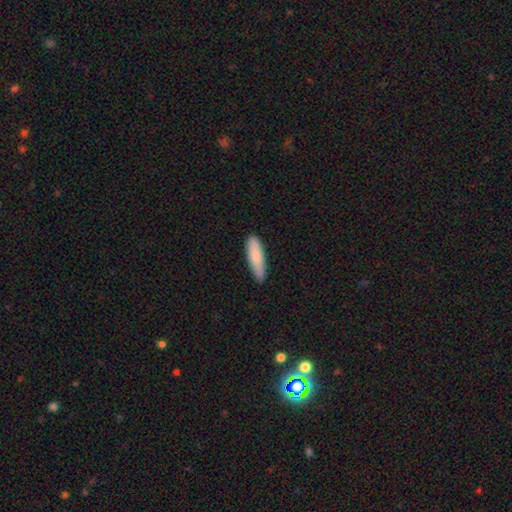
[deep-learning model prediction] Smooth or featured: smooth — 84% (featured or disk — 10%)
How rounded: cigar-shaped — 65% (in between — 34%)
Merging: none — 83% (minor disturbance — 14%)